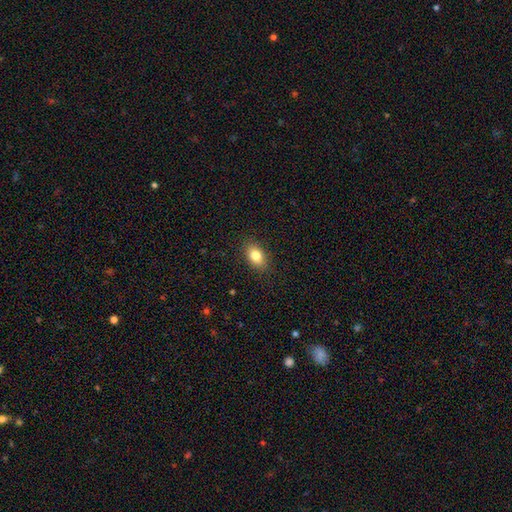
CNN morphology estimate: type=smooth (82%); roundness=in between (85%); merging=none (88%).